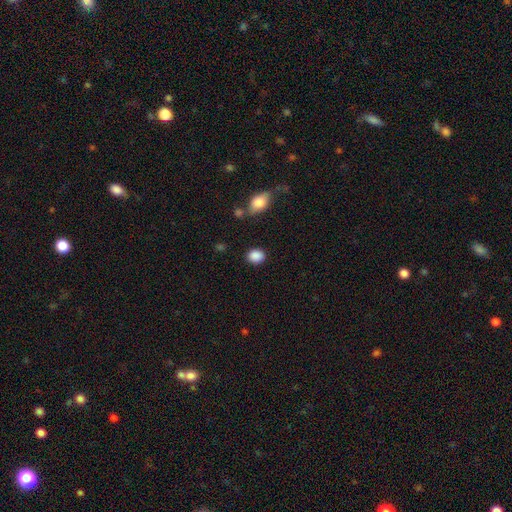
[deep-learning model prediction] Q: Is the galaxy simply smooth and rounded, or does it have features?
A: smooth — 88%.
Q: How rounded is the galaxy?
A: round — 50%.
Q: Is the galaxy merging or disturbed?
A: none — 85%.